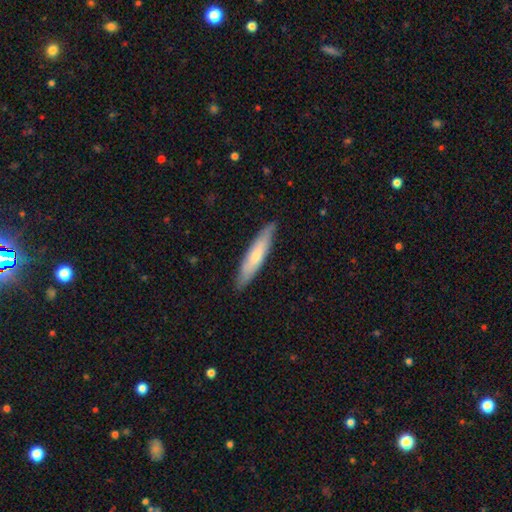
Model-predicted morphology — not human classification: Smooth or featured? Predicted: smooth (p=0.61). How rounded? Predicted: cigar-shaped (p=0.84). Merging? Predicted: none (p=0.87).